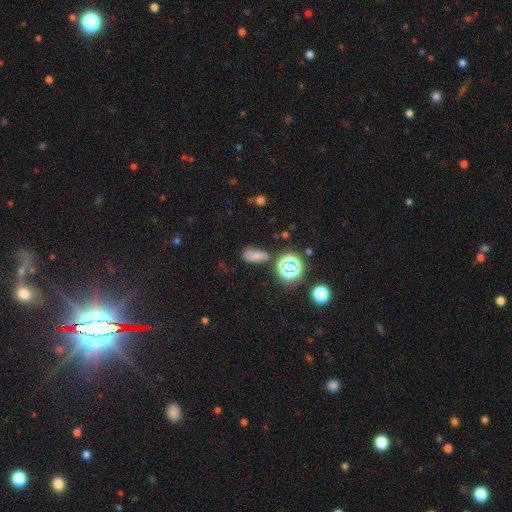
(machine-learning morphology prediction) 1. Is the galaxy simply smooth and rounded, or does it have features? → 63% smooth, 25% star or artifact, 12% featured or disk.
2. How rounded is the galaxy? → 85% in between, 10% round, 5% cigar-shaped.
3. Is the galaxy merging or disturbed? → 63% none, 22% minor disturbance, 8% merger, 8% major disturbance.